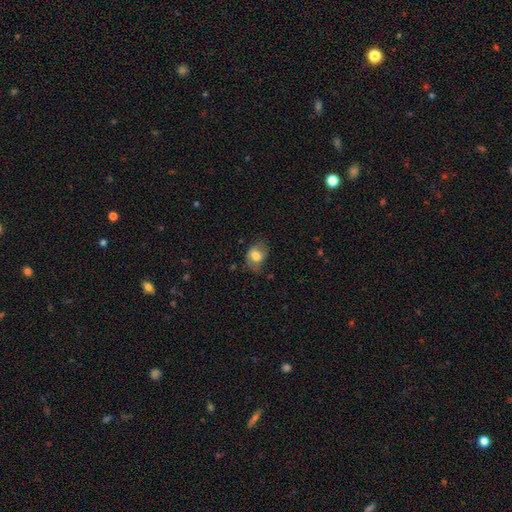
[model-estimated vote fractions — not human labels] Morphology: type=smooth (70%); roundness=in between (68%); merging=none (53%).